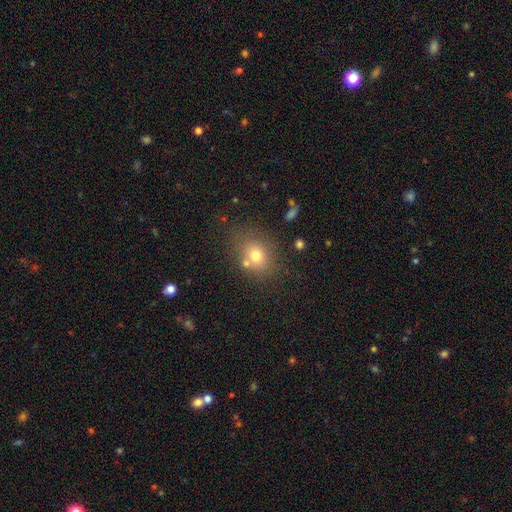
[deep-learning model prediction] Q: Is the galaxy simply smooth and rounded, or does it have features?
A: smooth — 72%.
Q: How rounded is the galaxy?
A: round — 58%.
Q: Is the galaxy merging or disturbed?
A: none — 68%.